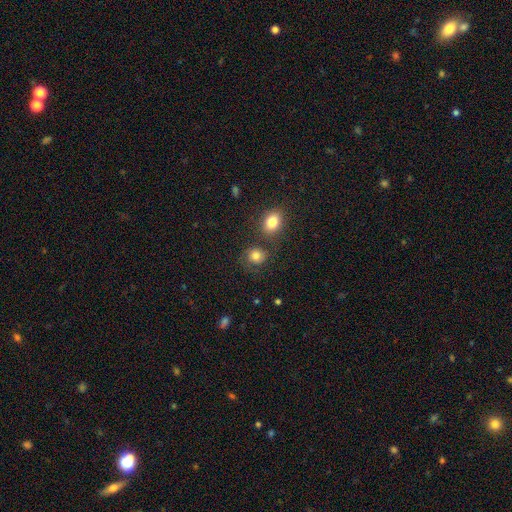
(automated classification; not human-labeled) Smooth or featured: smooth — 75% (featured or disk — 14%)
How rounded: round — 75% (in between — 24%)
Merging: none — 67% (minor disturbance — 15%)